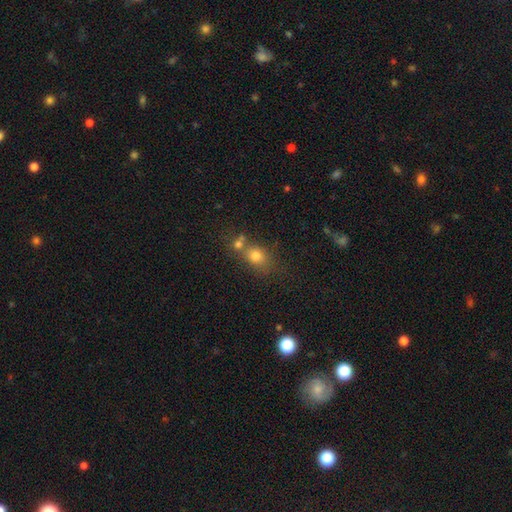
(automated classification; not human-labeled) smooth 73%, star or artifact 15%, featured or disk 12%. Down the decision tree: how rounded — round (58%); merging — none (47%).